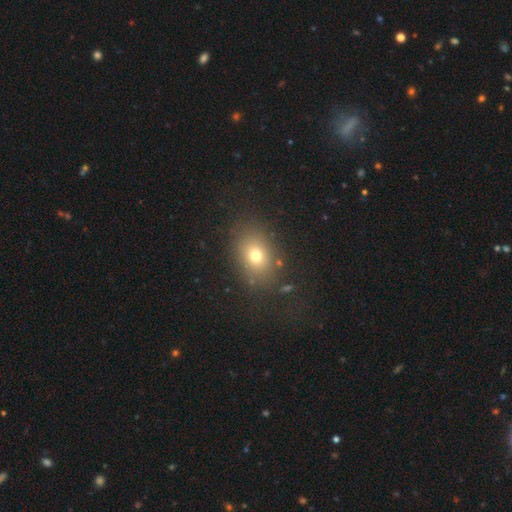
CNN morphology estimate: Smooth or featured?
  - smooth: 73% *
  - star or artifact: 15%
  - featured or disk: 12%
How rounded?
  - in between: 65% *
  - round: 34%
  - cigar-shaped: 1%
Merging?
  - none: 81% *
  - minor disturbance: 11%
  - major disturbance: 5%
  - merger: 2%